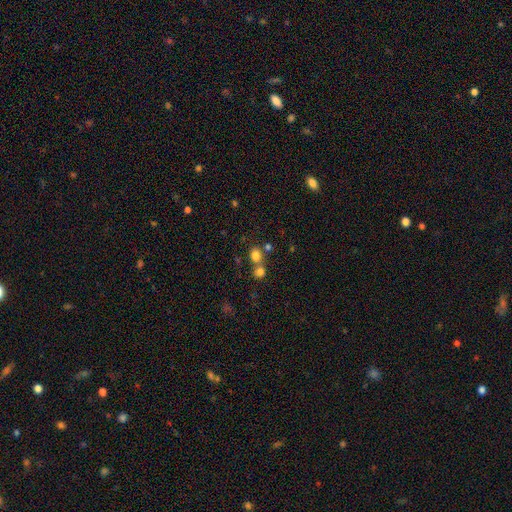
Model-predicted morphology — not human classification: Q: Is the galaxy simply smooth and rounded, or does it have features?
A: smooth — 78%.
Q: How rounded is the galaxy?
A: round — 72%.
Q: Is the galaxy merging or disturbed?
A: none — 55%.